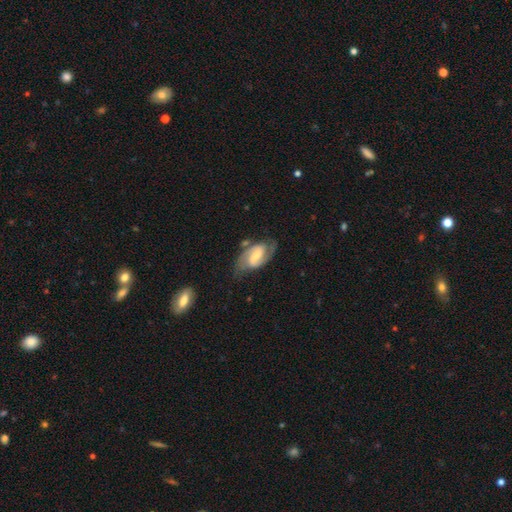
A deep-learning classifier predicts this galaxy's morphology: This is clearly a featured or disk galaxy (82%). It is clearly not viewed edge-on (97%). Bar: possibly weak (48%). Spiral arm pattern: clearly yes (95%). Spiral arm count: clearly 2 (90%). Spiral winding: possibly medium (53%). Central bulge: possibly small (53%). Merging: likely none (70%).